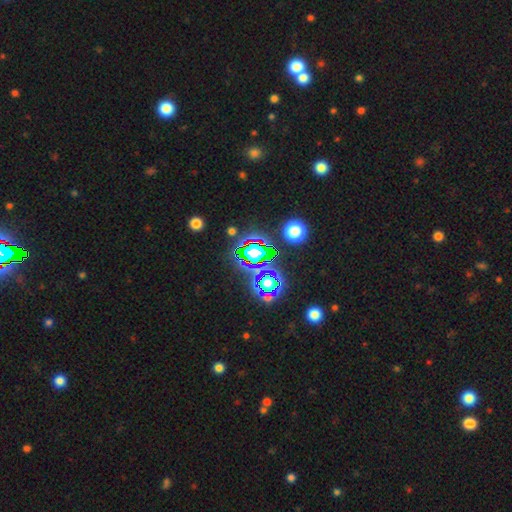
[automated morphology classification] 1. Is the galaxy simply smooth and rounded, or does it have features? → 74% star or artifact, 16% smooth, 10% featured or disk.